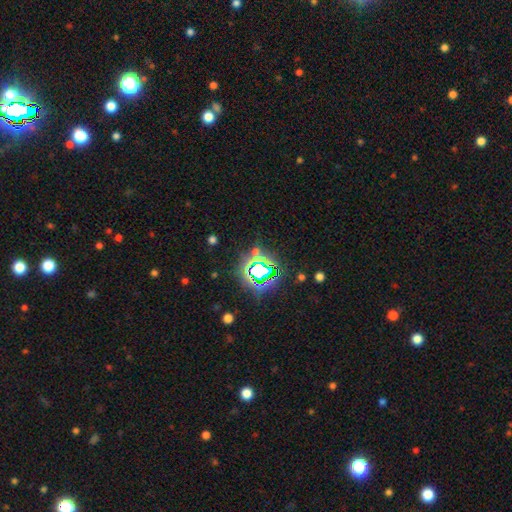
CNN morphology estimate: smooth-or-featured: star or artifact: 80% | smooth: 12% | featured or disk: 9%